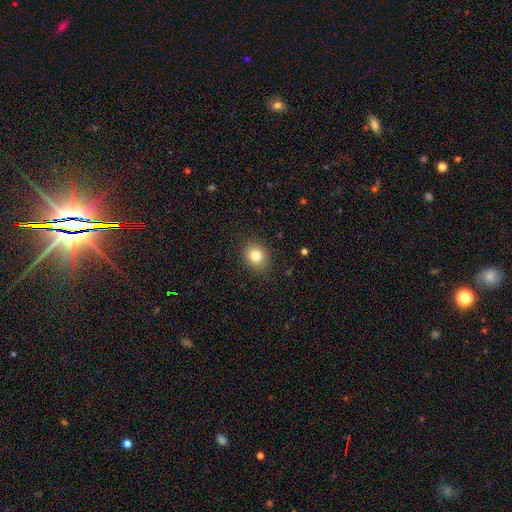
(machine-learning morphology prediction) The model was most divided on "how rounded": round: 68%, in between: 31%, cigar-shaped: 1%. More confident: merging — none (87%); smooth or featured — smooth (81%).